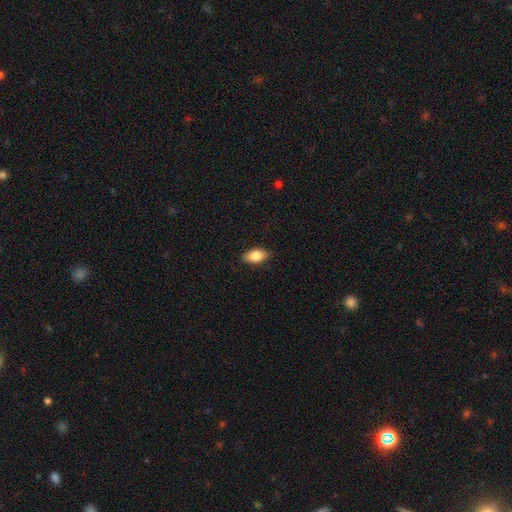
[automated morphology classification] smooth_or_featured: smooth (p=0.82) [alt: featured or disk p=0.12]
how_rounded: in between (p=0.90) [alt: cigar-shaped p=0.06]
merging: none (p=0.86) [alt: minor disturbance p=0.11]